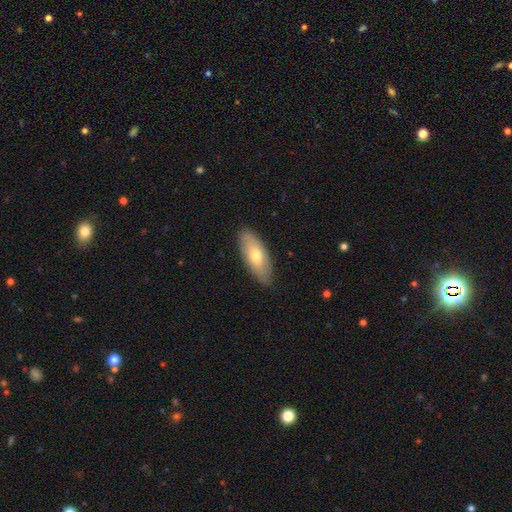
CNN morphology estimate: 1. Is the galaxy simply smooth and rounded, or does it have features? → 64% smooth, 31% featured or disk, 6% star or artifact.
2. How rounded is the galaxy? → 83% in between, 14% cigar-shaped, 2% round.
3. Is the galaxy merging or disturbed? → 83% none, 14% minor disturbance, 2% major disturbance, 1% merger.